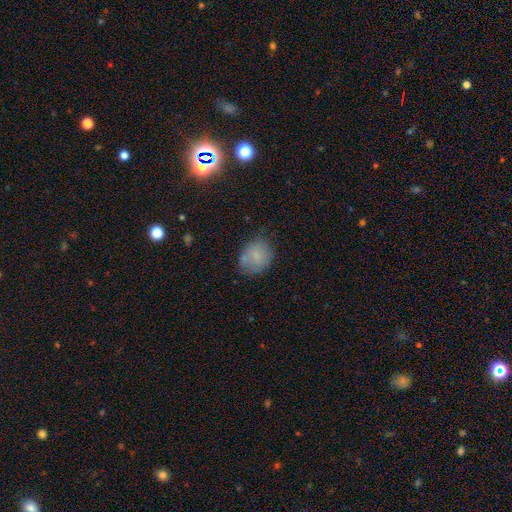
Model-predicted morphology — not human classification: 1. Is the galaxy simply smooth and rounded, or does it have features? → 72% smooth, 16% featured or disk, 11% star or artifact.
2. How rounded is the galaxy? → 57% round, 42% in between, 1% cigar-shaped.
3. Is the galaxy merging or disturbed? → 65% none, 23% minor disturbance, 7% major disturbance, 5% merger.